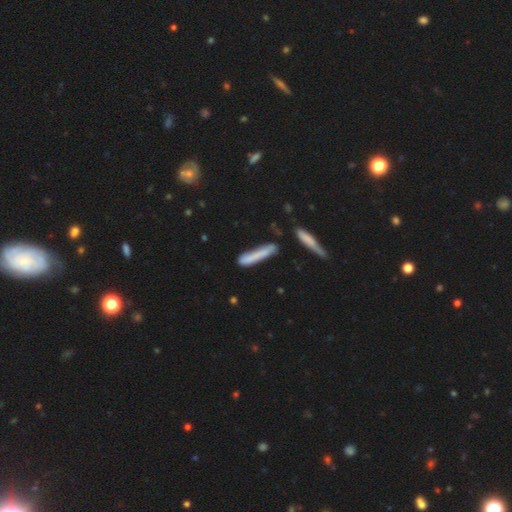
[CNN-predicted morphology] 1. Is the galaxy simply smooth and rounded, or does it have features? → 72% smooth, 20% featured or disk, 7% star or artifact.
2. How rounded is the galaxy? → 92% cigar-shaped, 7% in between, 1% round.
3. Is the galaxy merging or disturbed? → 65% none, 20% minor disturbance, 9% merger, 6% major disturbance.